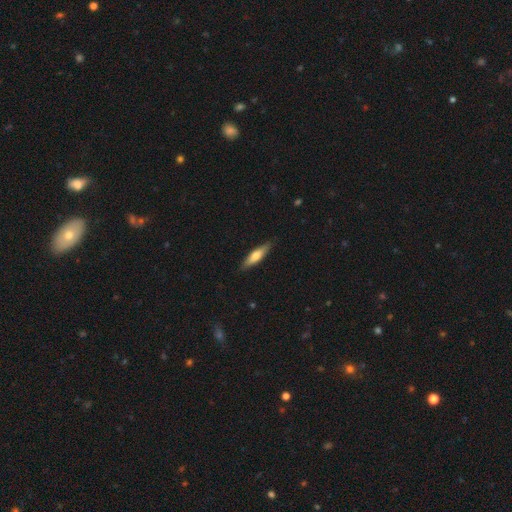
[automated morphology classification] type=smooth (61%); roundness=cigar-shaped (71%); merging=none (86%).